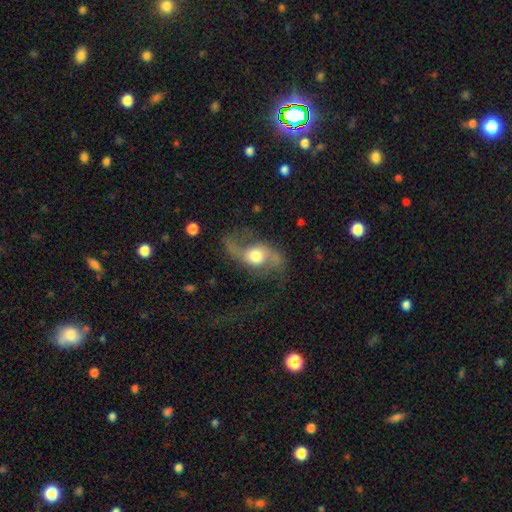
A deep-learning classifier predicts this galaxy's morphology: A featured or disk galaxy (78%) with no bar (60%), 2 (92%) loose (77%) spiral arms (92%) and a moderate central bulge (49%).

Vote fractions:
- Smooth or featured? featured or disk: 78% / smooth: 16% / star or artifact: 7%
- Edge-on disk? no: 94% / yes: 6%
- Bar? no: 60% / weak: 31% / strong: 9%
- Spiral arms? yes: 92% / no: 8%
- Spiral winding? loose: 77% / medium: 19% / tight: 4%
- Spiral arm count? 2: 92% / 1: 3% / can't tell: 2% / 3: 1% / 4: 1% / more than 4: 1%
- Bulge size? moderate: 49% / large: 37% / small: 7% / dominant: 5% / none: 2%
- Merging? none: 54% / major disturbance: 25% / minor disturbance: 18% / merger: 3%